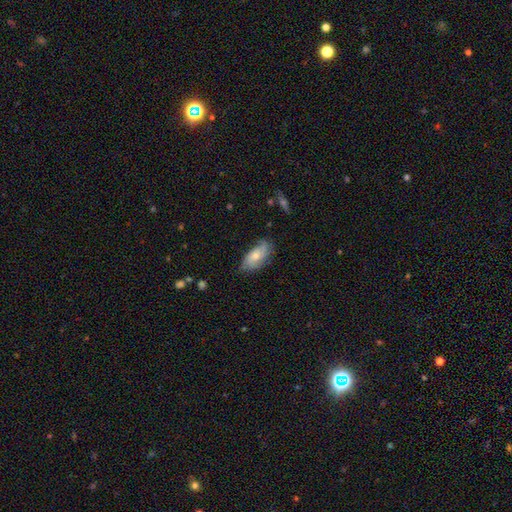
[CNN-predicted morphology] A smooth galaxy with no disk features (53%) that is in between round and cigar-shaped (89%). Merging: none (63%).